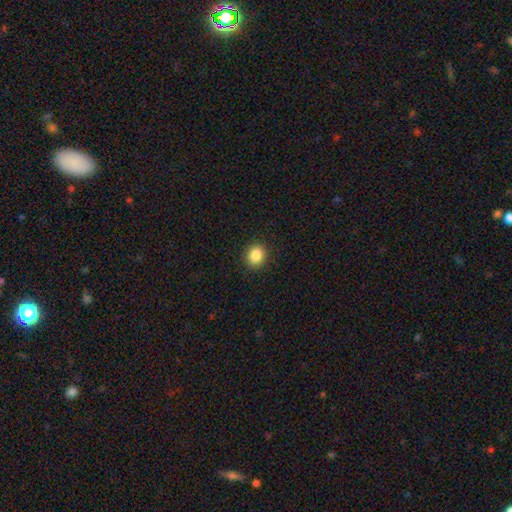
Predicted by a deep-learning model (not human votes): Smooth or featured: smooth — 86% (star or artifact — 10%)
How rounded: round — 77% (in between — 22%)
Merging: none — 91% (minor disturbance — 6%)